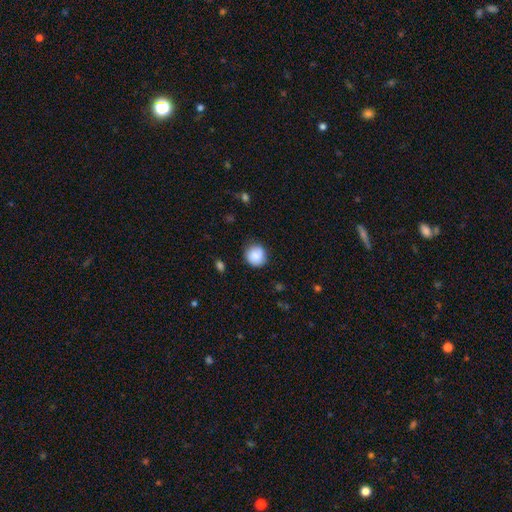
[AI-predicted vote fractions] smooth_or_featured: smooth (p=0.86) [alt: star or artifact p=0.08]
how_rounded: round (p=0.89) [alt: in between p=0.10]
merging: none (p=0.82) [alt: minor disturbance p=0.14]